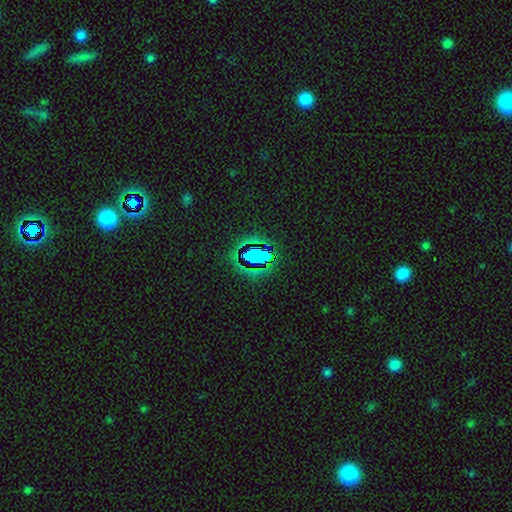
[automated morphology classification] This appears to be a star or artifact, not a galaxy (78%).